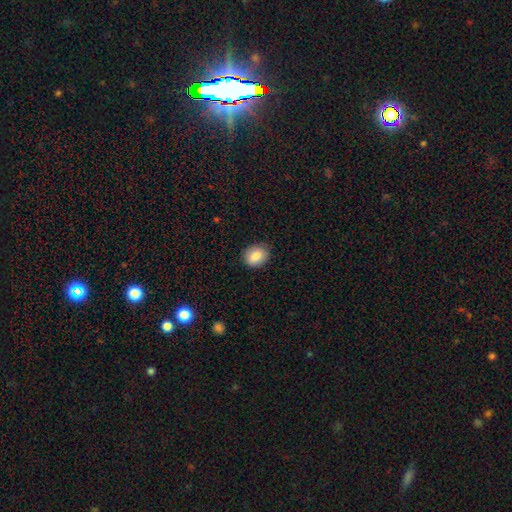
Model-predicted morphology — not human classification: Smooth or featured? smooth (84%)
How rounded? round (57%)
Merging? none (86%)